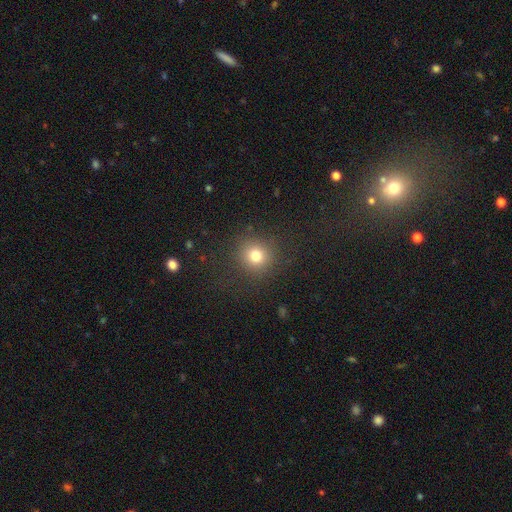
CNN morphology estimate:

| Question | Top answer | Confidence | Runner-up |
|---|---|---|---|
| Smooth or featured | smooth | 78% | star or artifact (15%) |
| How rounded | round | 91% | in between (8%) |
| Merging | none | 87% | minor disturbance (7%) |